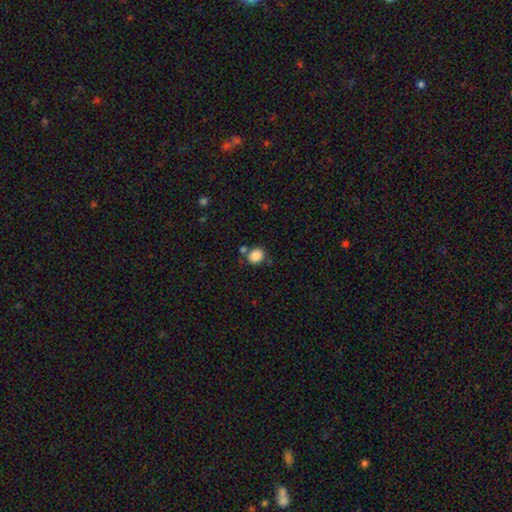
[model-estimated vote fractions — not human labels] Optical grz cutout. It shows a smooth galaxy with no disk features (86%) that is round (58%). Merging: none (69%).